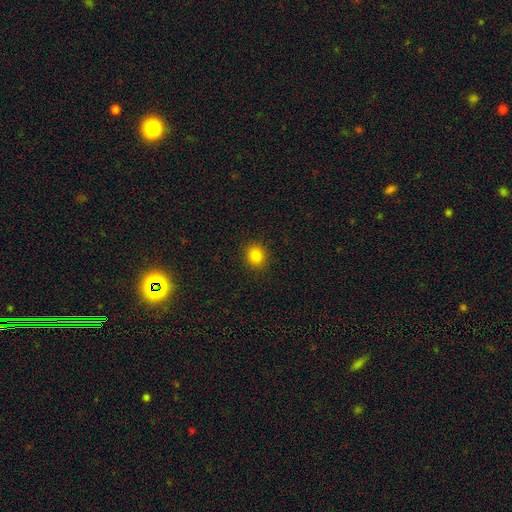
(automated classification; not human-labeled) Smooth or featured? smooth (84%)
How rounded? round (78%)
Merging? none (91%)